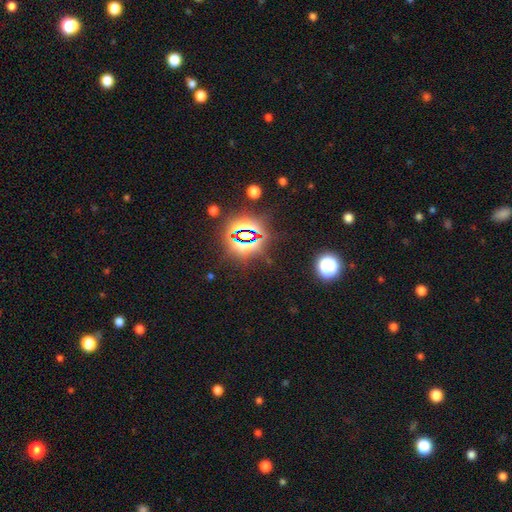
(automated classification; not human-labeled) Overall: star or artifact (83%).